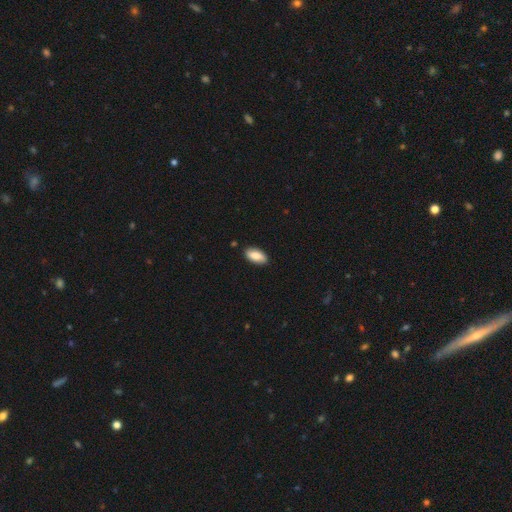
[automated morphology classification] Overall: smooth (83%). How rounded: in between (92%). Merging: none (87%).